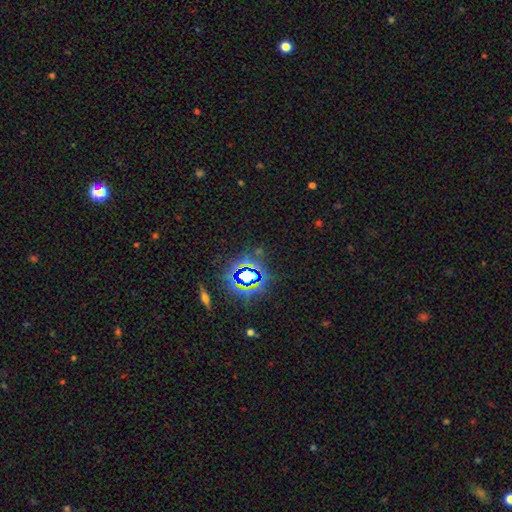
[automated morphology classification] A star or artifact, not a galaxy (79%).

Vote fractions:
- Smooth or featured? star or artifact: 79% / smooth: 13% / featured or disk: 8%